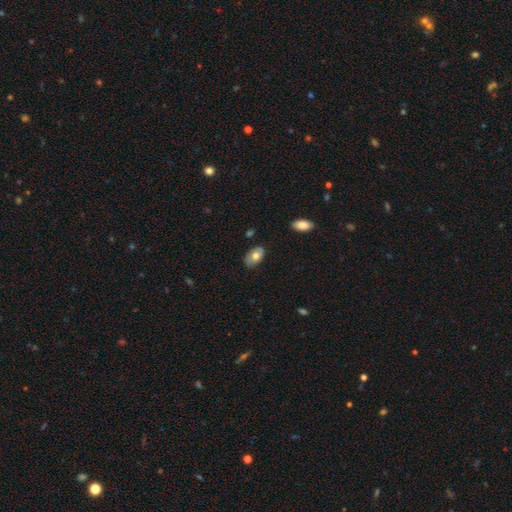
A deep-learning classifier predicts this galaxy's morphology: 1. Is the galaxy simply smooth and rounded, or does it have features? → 70% smooth, 23% featured or disk, 7% star or artifact.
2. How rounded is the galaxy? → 92% in between, 6% round, 1% cigar-shaped.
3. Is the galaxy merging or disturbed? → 75% none, 20% minor disturbance, 3% major disturbance, 2% merger.